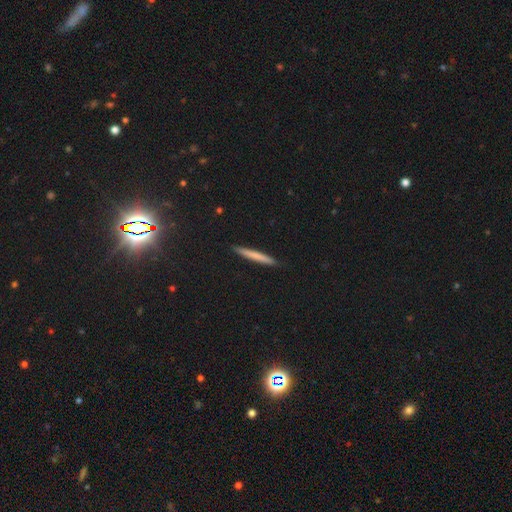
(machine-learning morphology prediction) This appears to be a smooth galaxy with no disk features (66%) that is cigar-shaped (96%). Merging: none (91%).